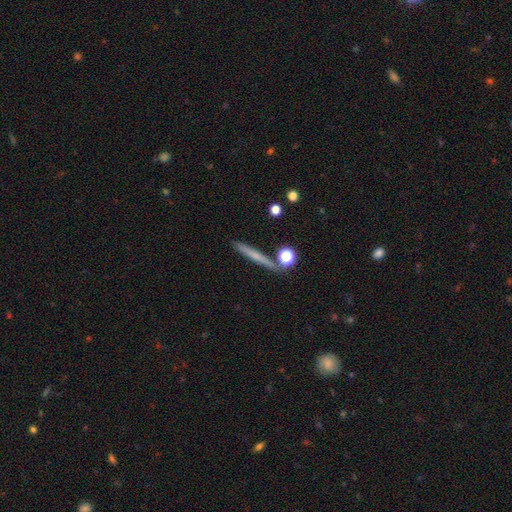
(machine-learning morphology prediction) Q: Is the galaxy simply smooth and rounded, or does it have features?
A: smooth — 53%.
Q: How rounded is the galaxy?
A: cigar-shaped — 89%.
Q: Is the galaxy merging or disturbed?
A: none — 83%.